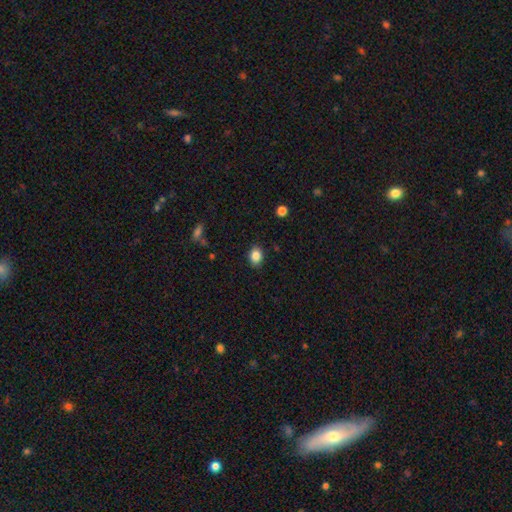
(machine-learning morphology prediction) Overall: smooth (86%). How rounded: in between (66%; round 33%). Merging: none (87%).